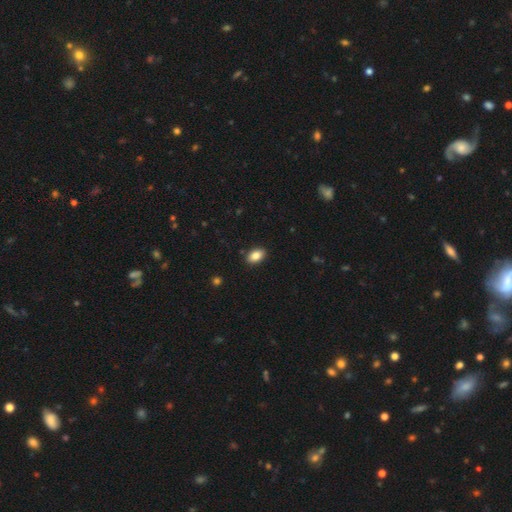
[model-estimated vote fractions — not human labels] smooth_or_featured: smooth (p=0.86) [alt: star or artifact p=0.08]
how_rounded: in between (p=0.90) [alt: round p=0.09]
merging: none (p=0.89) [alt: minor disturbance p=0.08]